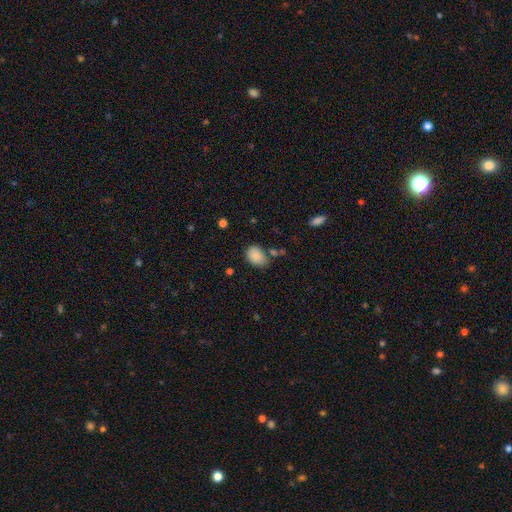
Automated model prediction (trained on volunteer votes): smooth_or_featured: smooth (p=0.86) [alt: star or artifact p=0.08]
how_rounded: in between (p=0.71) [alt: round p=0.28]
merging: none (p=0.61) [alt: minor disturbance p=0.25]